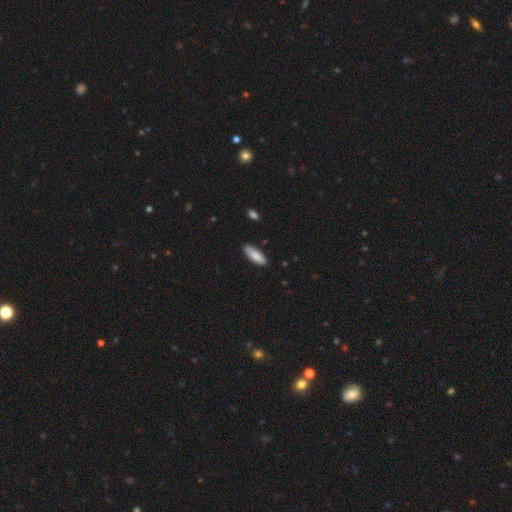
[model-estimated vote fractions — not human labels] Overall: smooth (86%). How rounded: in between (54%; cigar-shaped 45%). Merging: none (85%).